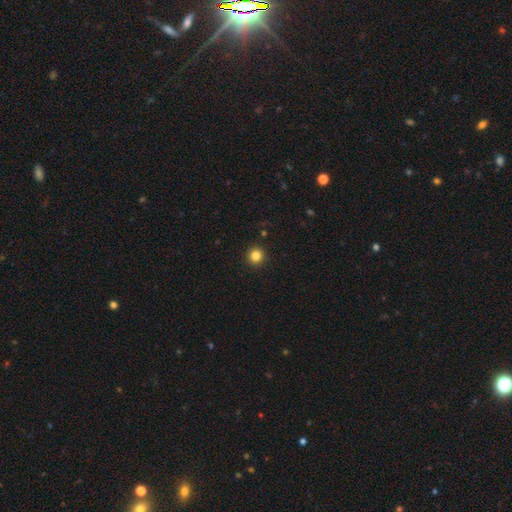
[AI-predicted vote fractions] Smooth or featured: smooth — 84% (star or artifact — 12%)
How rounded: round — 95% (in between — 4%)
Merging: none — 93% (minor disturbance — 4%)